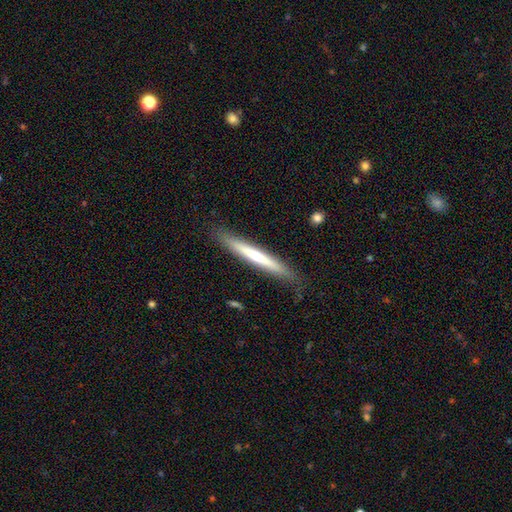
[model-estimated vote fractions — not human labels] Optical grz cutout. It shows a featured or disk galaxy (49%). Merging: none (86%).